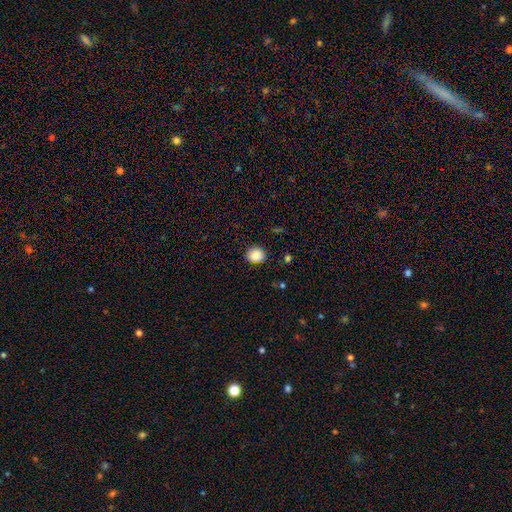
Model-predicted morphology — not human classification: Smooth or featured: smooth — 88% (star or artifact — 9%)
How rounded: round — 73% (in between — 26%)
Merging: none — 87% (minor disturbance — 9%)